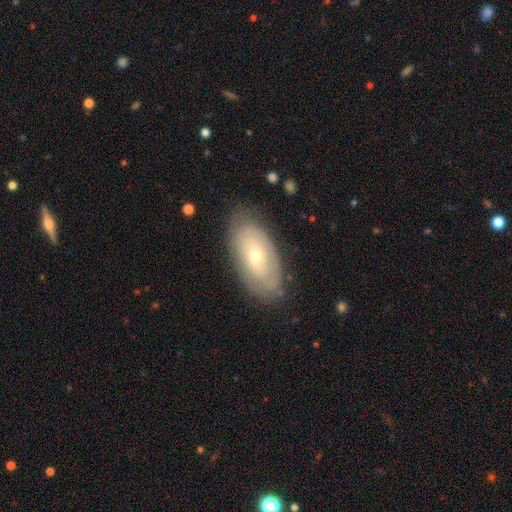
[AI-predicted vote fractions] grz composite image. It shows a featured or disk galaxy (48%). Merging: none (79%).